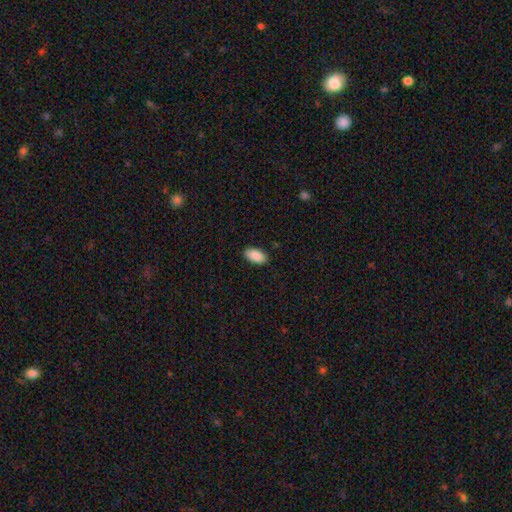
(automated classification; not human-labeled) The model was most divided on "merging": none: 89%, minor disturbance: 8%, major disturbance: 2%, merger: 1%. More confident: how rounded — in between (95%); smooth or featured — smooth (90%).